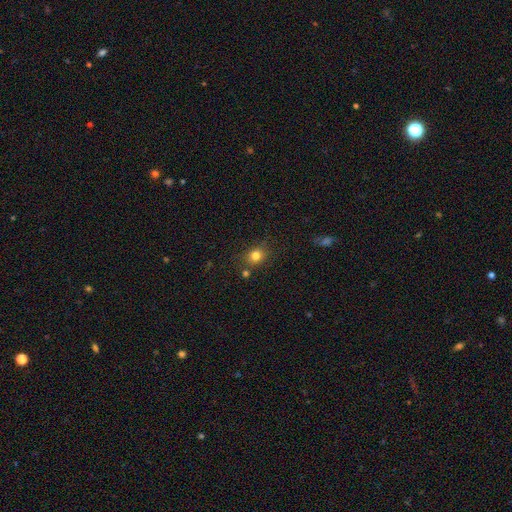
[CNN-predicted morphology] This is likely a smooth galaxy (80%). How rounded: likely round (71%). Merging: likely none (76%).